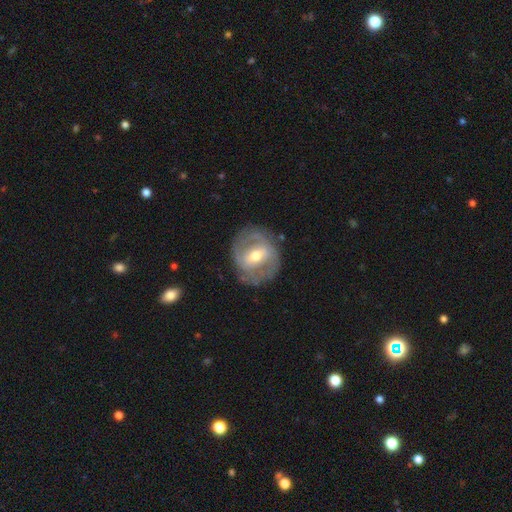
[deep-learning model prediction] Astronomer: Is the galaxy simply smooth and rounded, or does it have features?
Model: featured or disk — 75%.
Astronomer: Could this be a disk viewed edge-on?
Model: no — 96%.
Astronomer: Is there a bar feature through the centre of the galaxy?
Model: weak — 44% (runner-up: strong, 37%).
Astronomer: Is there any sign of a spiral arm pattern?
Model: yes — 72%.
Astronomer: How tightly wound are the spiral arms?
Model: tight — 47% (runner-up: medium, 38%).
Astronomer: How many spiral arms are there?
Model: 2 — 71%.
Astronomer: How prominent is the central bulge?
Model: moderate — 68%.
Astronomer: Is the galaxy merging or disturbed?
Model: none — 78%.